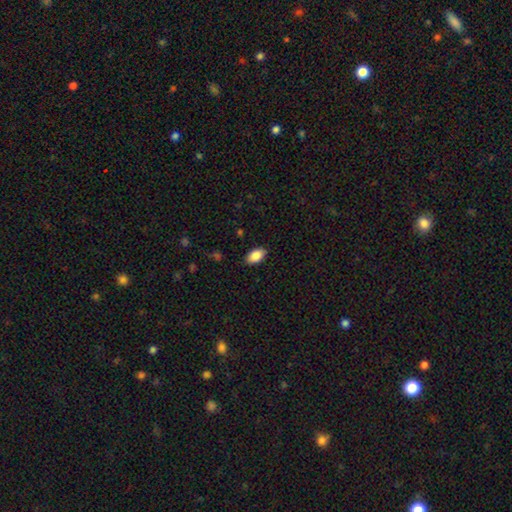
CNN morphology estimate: Overall: smooth (89%). How rounded: in between (93%). Merging: none (87%).